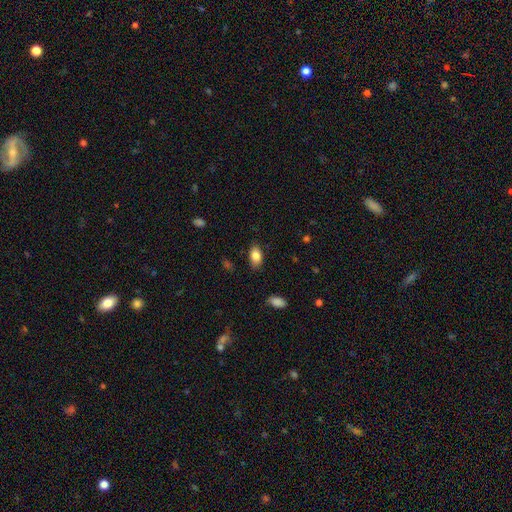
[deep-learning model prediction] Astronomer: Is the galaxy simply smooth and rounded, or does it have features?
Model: smooth — 84%.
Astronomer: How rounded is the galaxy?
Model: in between — 91%.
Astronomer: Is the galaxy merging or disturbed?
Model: none — 82%.